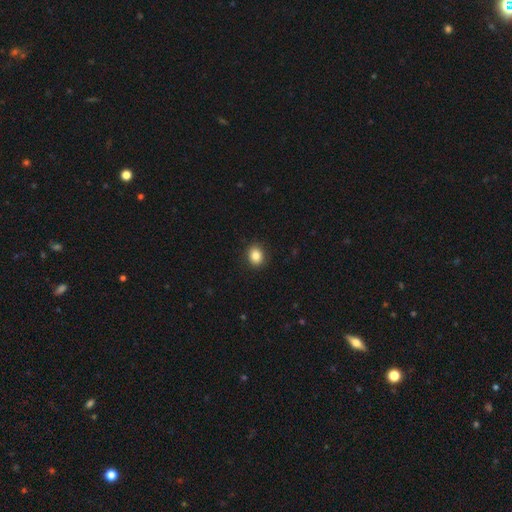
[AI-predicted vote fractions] A smooth galaxy with no disk features (85%) that is round (59%).

Vote fractions:
- Smooth or featured? smooth: 85% / star or artifact: 10% / featured or disk: 6%
- How rounded? round: 59% / in between: 41% / cigar-shaped: 1%
- Merging? none: 90% / minor disturbance: 8% / major disturbance: 2% / merger: 1%